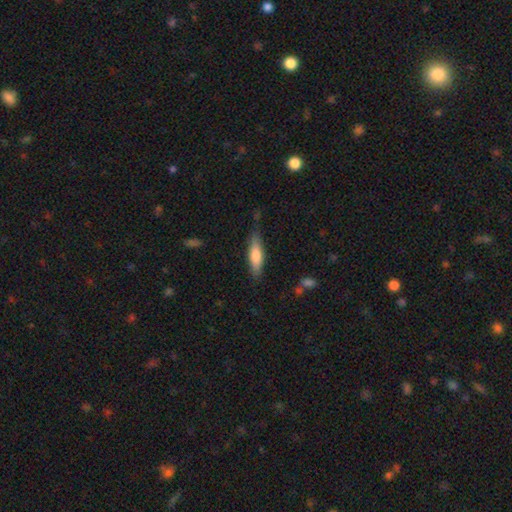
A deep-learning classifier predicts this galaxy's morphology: Smooth or featured? smooth (70%)
How rounded? cigar-shaped (63%)
Merging? none (76%)